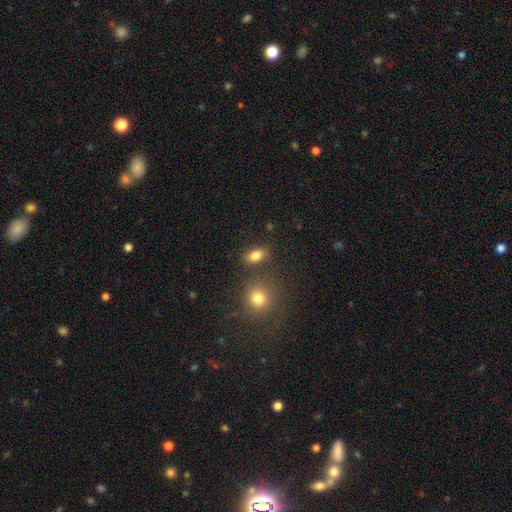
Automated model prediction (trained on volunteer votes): smooth-or-featured: smooth: 82% | star or artifact: 11% | featured or disk: 7%
  how-rounded: in between: 81% | round: 16% | cigar-shaped: 3%
  merging: none: 75% | minor disturbance: 12% | merger: 9% | major disturbance: 4%